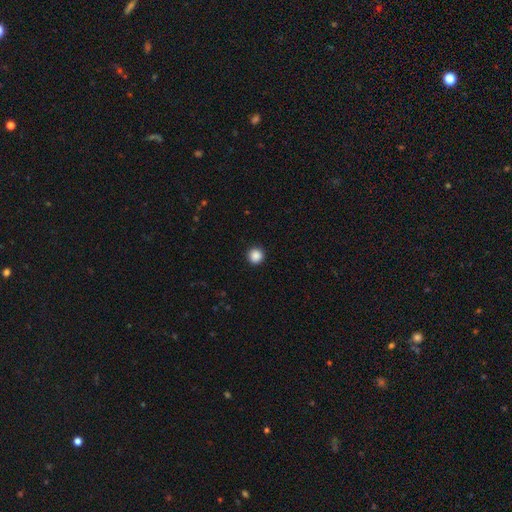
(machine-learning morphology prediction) A smooth galaxy with no disk features (88%) that is round (96%). Merging: none (93%).